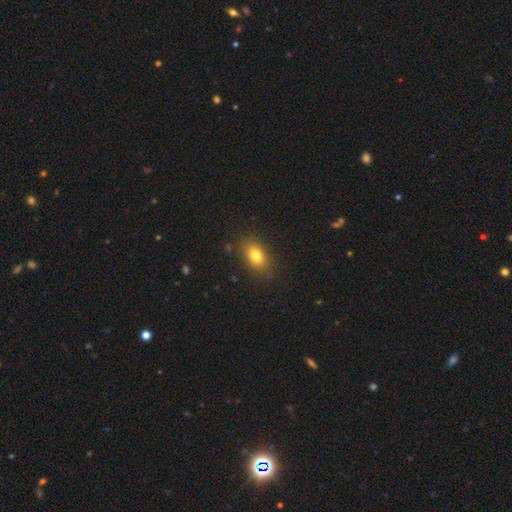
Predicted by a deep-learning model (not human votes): Overall: smooth (80%). How rounded: in between (83%). Merging: none (83%).